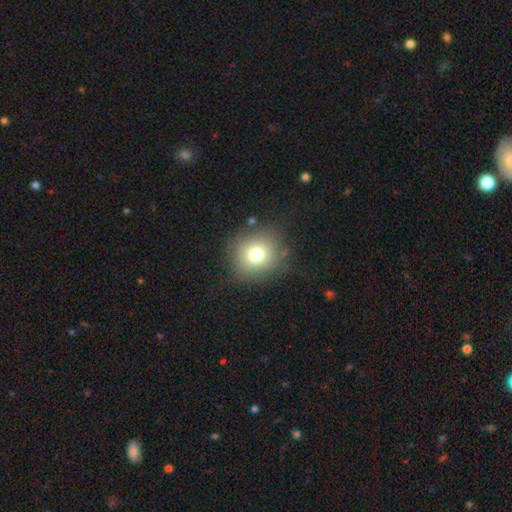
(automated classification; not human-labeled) Smooth or featured? Predicted: smooth (p=0.68). How rounded? Predicted: round (p=0.91). Merging? Predicted: none (p=0.87).